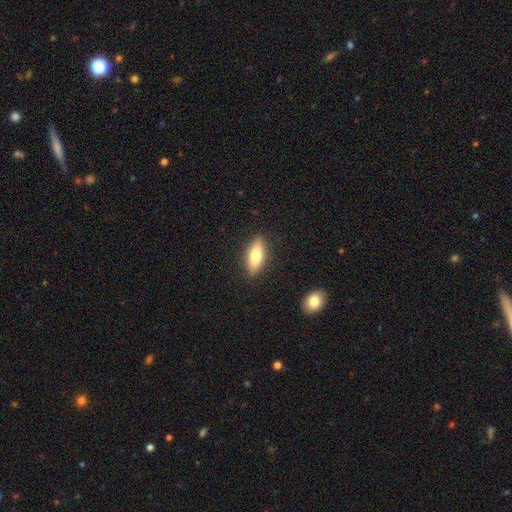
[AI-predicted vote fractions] smooth_or_featured: smooth (p=0.75) [alt: featured or disk p=0.19]
how_rounded: in between (p=0.70) [alt: cigar-shaped p=0.28]
merging: none (p=0.88) [alt: minor disturbance p=0.09]